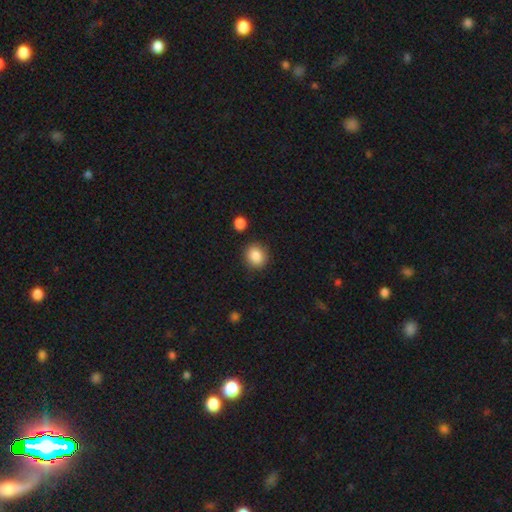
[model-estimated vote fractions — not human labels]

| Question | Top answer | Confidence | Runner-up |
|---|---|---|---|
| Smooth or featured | smooth | 87% | star or artifact (9%) |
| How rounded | round | 78% | in between (21%) |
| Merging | none | 86% | minor disturbance (8%) |